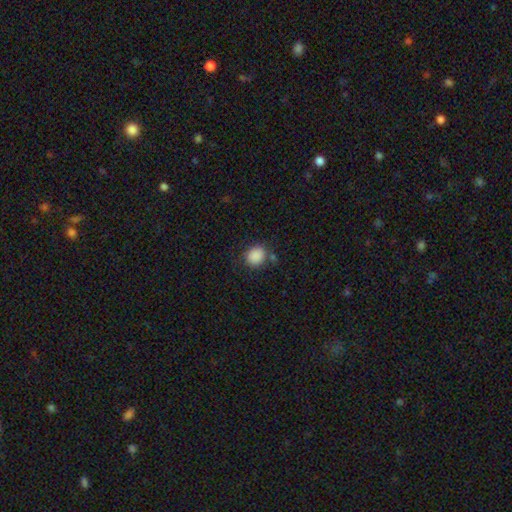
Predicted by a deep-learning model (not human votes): Smooth or featured? Predicted: smooth (p=0.88). How rounded? Predicted: round (p=0.71). Merging? Predicted: none (p=0.77).